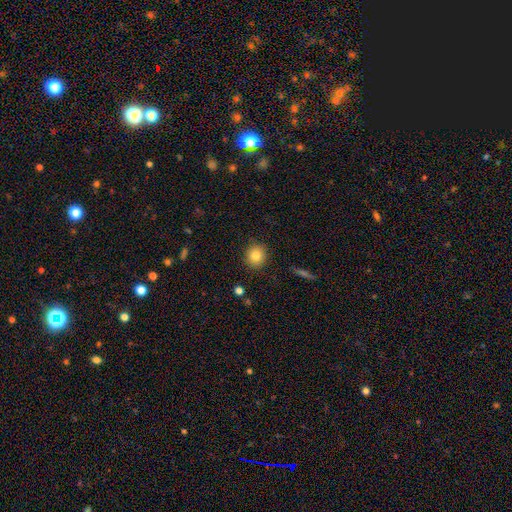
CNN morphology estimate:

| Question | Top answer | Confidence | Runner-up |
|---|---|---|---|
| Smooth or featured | smooth | 83% | star or artifact (10%) |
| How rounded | round | 83% | in between (16%) |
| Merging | none | 90% | minor disturbance (7%) |